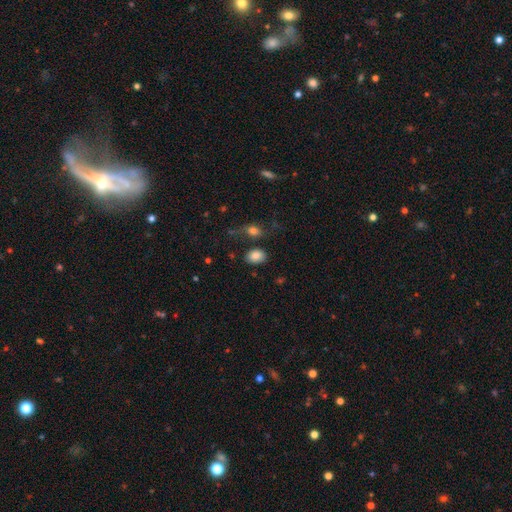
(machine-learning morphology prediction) This is clearly a smooth galaxy (86%). How rounded: likely in between (78%). Merging: likely none (77%).